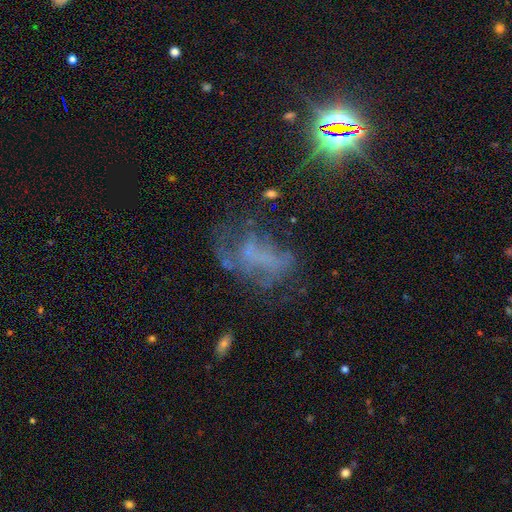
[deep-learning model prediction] This appears to be a featured or disk galaxy (48%). Merging: major disturbance (37%, tied with none).